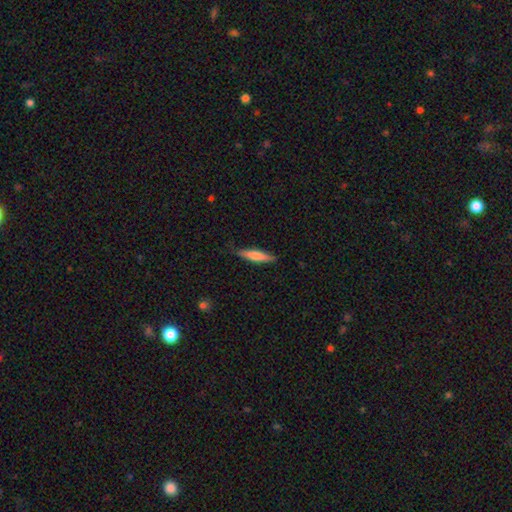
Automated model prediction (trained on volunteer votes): A smooth galaxy with no disk features (67%) that is cigar-shaped (86%). Merging: none (82%).